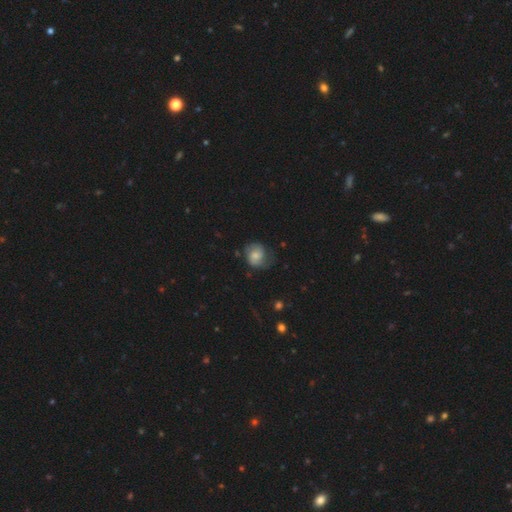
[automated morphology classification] Smooth or featured?
  - smooth: 51% *
  - featured or disk: 41%
  - star or artifact: 8%
How rounded?
  - round: 71% *
  - in between: 28%
  - cigar-shaped: 1%
Merging?
  - none: 55% *
  - minor disturbance: 28%
  - major disturbance: 15%
  - merger: 2%